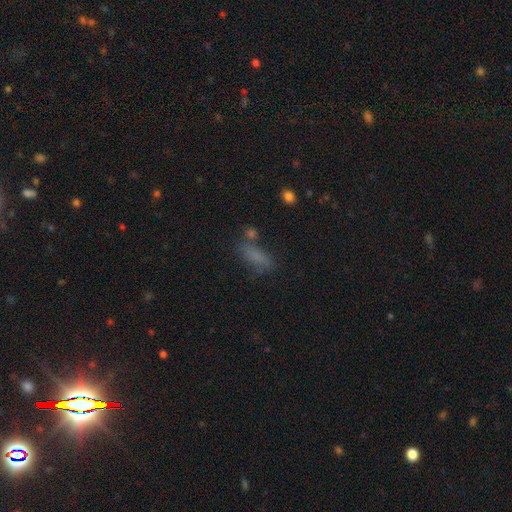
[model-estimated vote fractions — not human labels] smooth 72%, star or artifact 16%, featured or disk 11%. Down the decision tree: how rounded — in between (55%); merging — none (60%).